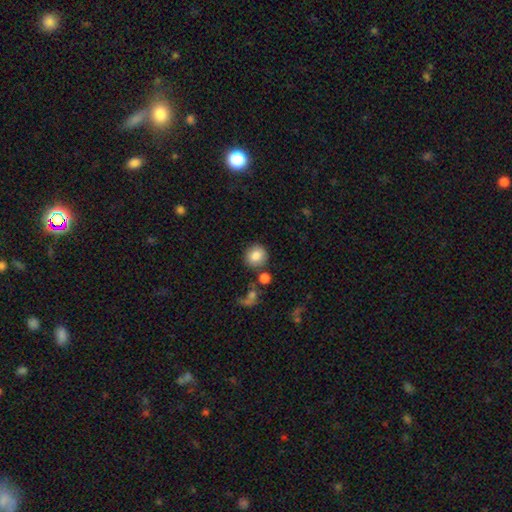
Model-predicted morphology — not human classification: This is clearly a smooth galaxy (82%). How rounded: clearly round (86%). Merging: likely none (76%).